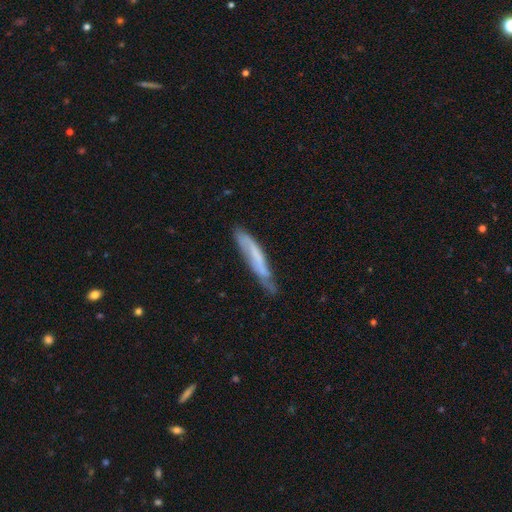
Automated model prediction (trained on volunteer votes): Smooth or featured? featured or disk (47%)
Merging? none (55%)